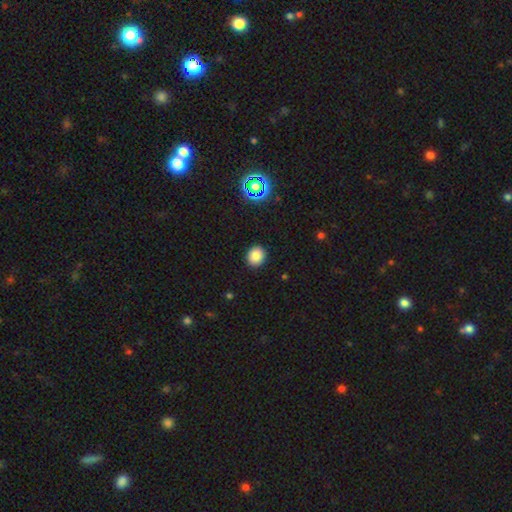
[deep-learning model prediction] Smooth or featured?
  - smooth: 84% *
  - star or artifact: 12%
  - featured or disk: 5%
How rounded?
  - round: 73% *
  - in between: 26%
  - cigar-shaped: 1%
Merging?
  - none: 91% *
  - minor disturbance: 6%
  - major disturbance: 2%
  - merger: 1%